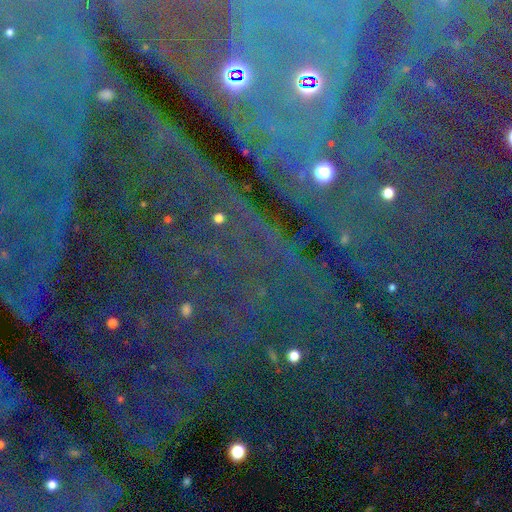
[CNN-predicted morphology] This is clearly a star or artifact rather than a galaxy (82%).